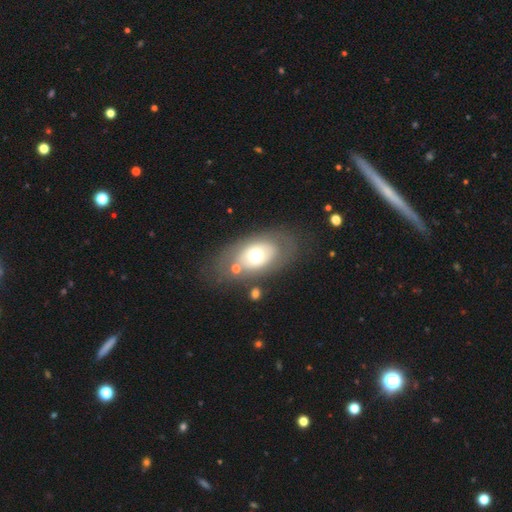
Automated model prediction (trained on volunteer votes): Smooth or featured? Predicted: smooth (p=0.50). Merging? Predicted: none (p=0.72).